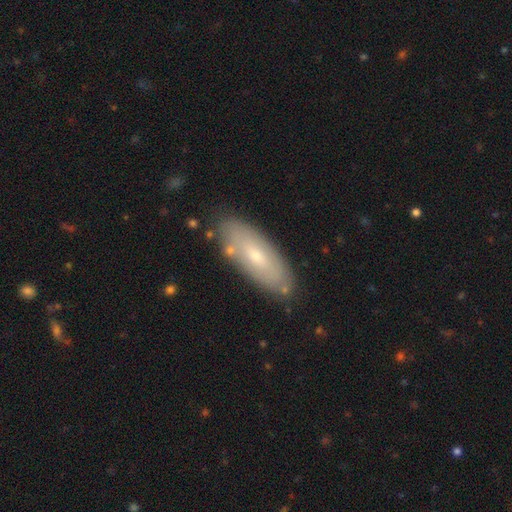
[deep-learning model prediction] The model was most divided on "smooth or featured": smooth: 52%, featured or disk: 42%, star or artifact: 7%. More confident: merging — none (83%); how rounded — in between (72%).